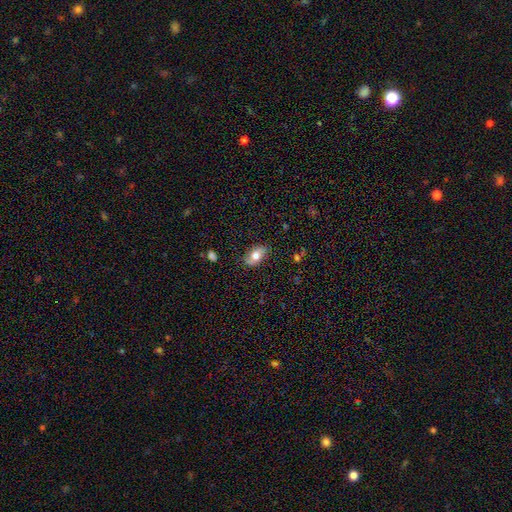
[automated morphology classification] Smooth or featured: smooth — 70% (featured or disk — 23%)
How rounded: in between — 91% (round — 6%)
Merging: none — 82% (minor disturbance — 14%)